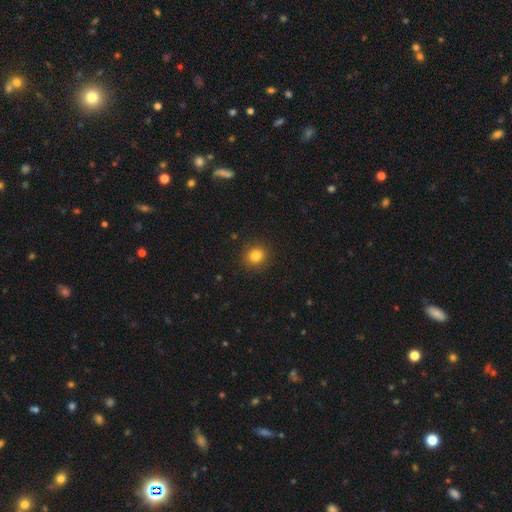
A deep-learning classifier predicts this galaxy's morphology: type=smooth (83%); roundness=round (86%); merging=none (90%).